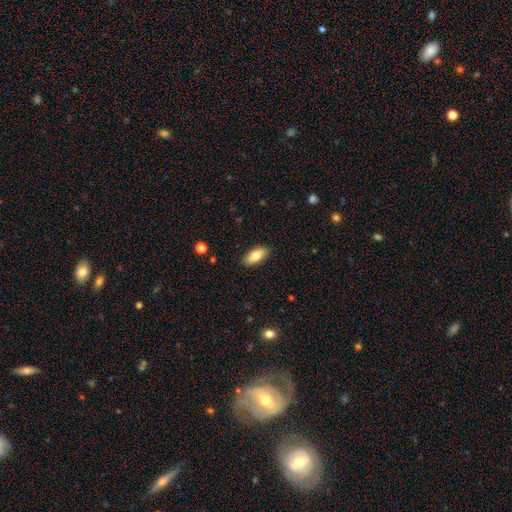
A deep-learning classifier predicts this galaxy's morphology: Smooth or featured? Predicted: smooth (p=0.78). How rounded? Predicted: in between (p=0.86). Merging? Predicted: none (p=0.88).